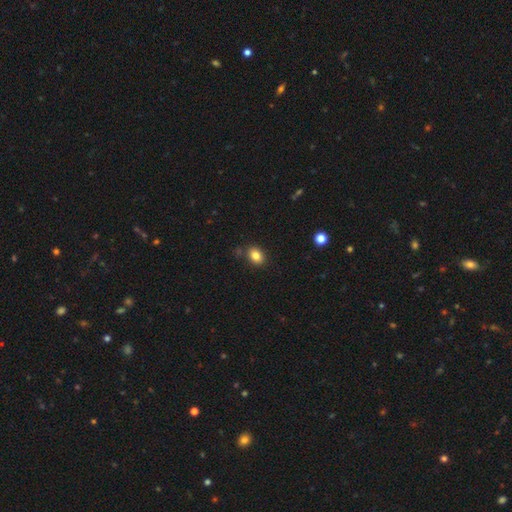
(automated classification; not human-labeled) Smooth or featured: smooth — 83% (star or artifact — 10%)
How rounded: in between — 67% (round — 32%)
Merging: none — 83% (minor disturbance — 11%)